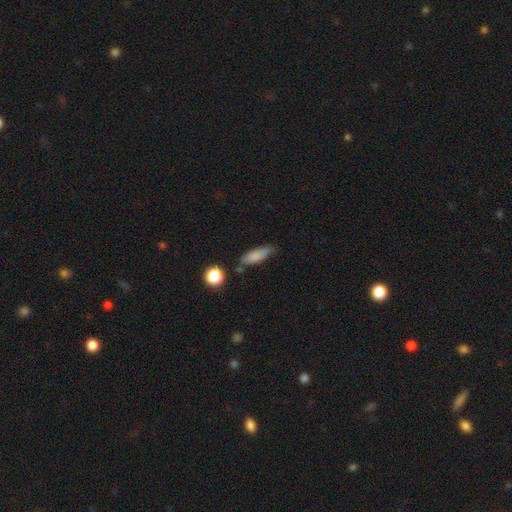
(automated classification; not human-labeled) Morphology: type=smooth (82%); roundness=in between (61%); merging=none (63%).